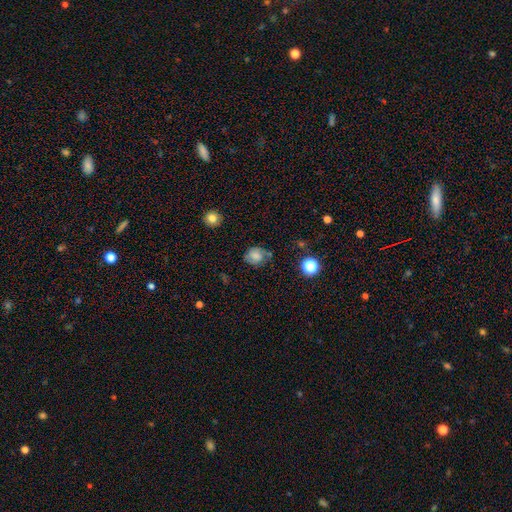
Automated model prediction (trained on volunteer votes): Smooth or featured? Predicted: smooth (p=0.62). How rounded? Predicted: round (p=0.68). Merging? Predicted: none (p=0.63).